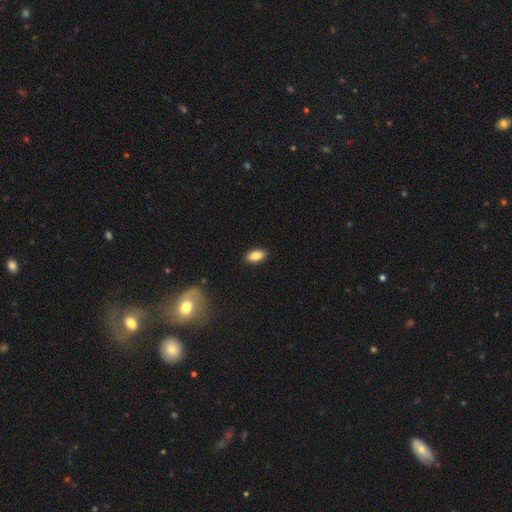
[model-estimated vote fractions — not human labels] A smooth galaxy with no disk features (86%) that is in between round and cigar-shaped (91%). Merging: none (89%).